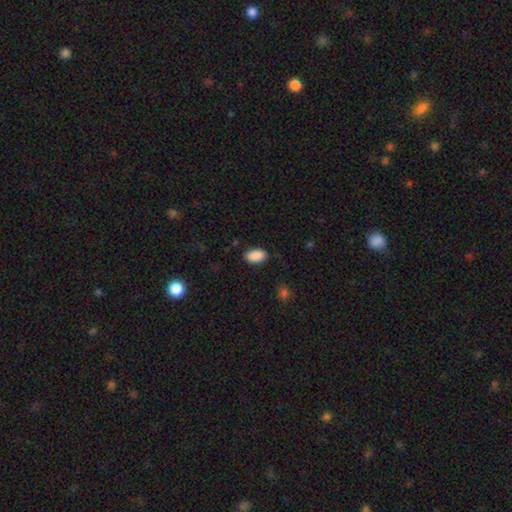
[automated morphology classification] type=smooth (90%); roundness=in between (92%); merging=none (85%).